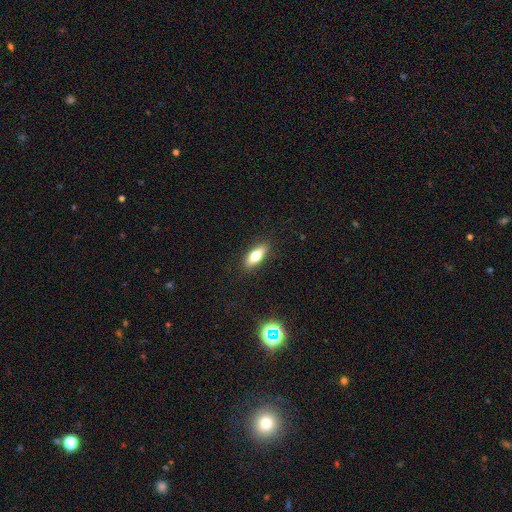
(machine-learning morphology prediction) A smooth galaxy with no disk features (69%) that is in between round and cigar-shaped (67%). Merging: none (88%).